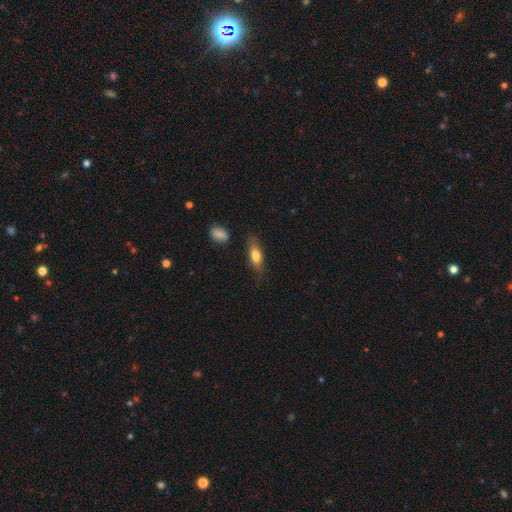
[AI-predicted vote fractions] Overall: smooth (73%). How rounded: in between (61%; cigar-shaped 36%). Merging: none (78%).